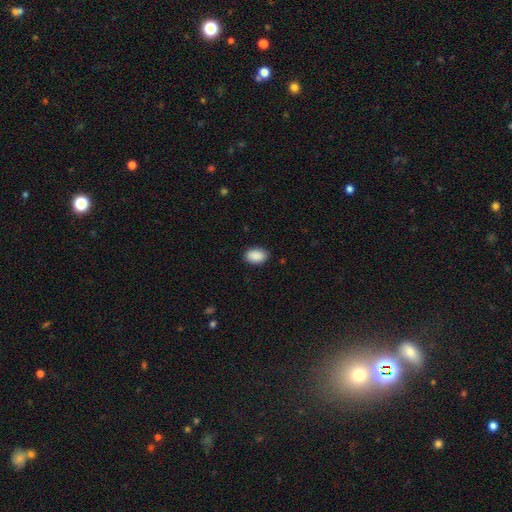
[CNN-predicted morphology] smooth 90%, star or artifact 7%, featured or disk 3%. Down the decision tree: how rounded — in between (87%); merging — none (85%).